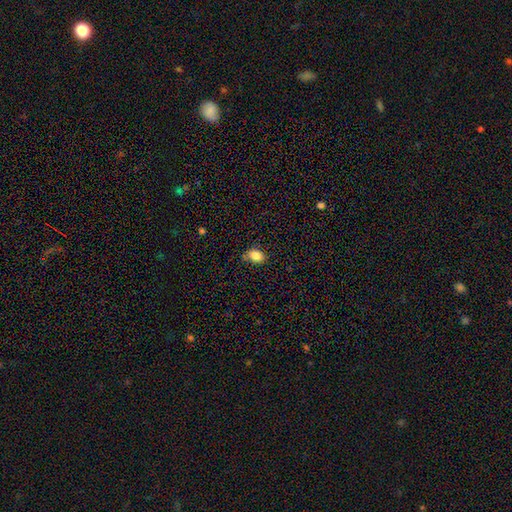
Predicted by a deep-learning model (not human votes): This is clearly a smooth galaxy (84%). How rounded: likely in between (77%). Merging: likely none (72%).